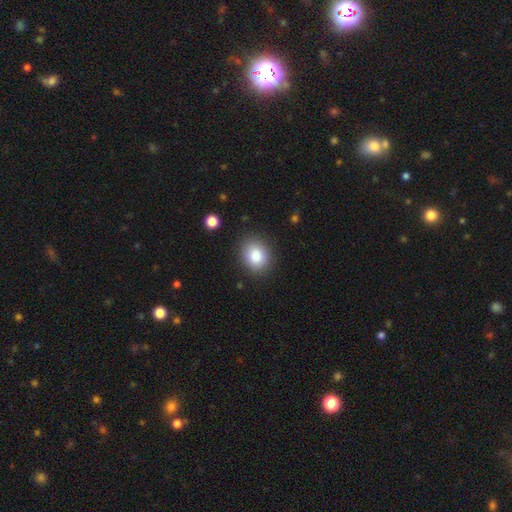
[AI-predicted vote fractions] This appears to be a smooth galaxy with no disk features (83%) that is round (57%). Merging: none (86%).